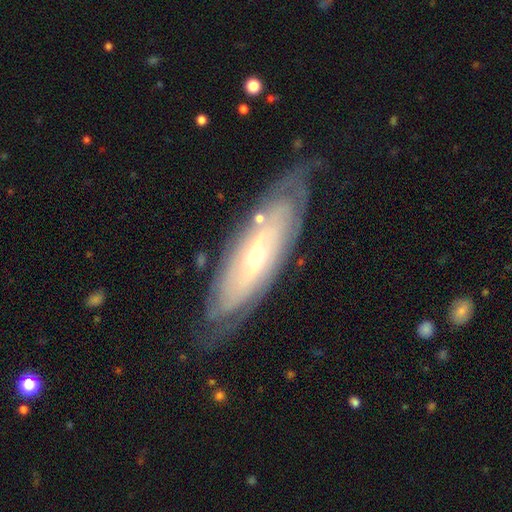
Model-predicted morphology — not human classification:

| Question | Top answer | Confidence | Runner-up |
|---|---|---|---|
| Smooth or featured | featured or disk | 80% | smooth (14%) |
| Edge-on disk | no | 80% | yes (20%) |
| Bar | no | 62% | weak (27%) |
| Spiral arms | yes | 87% | no (13%) |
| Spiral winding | tight | 75% | medium (19%) |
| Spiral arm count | can't tell | 60% | 2 (16%) |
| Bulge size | small | 64% | moderate (32%) |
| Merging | none | 77% | minor disturbance (16%) |